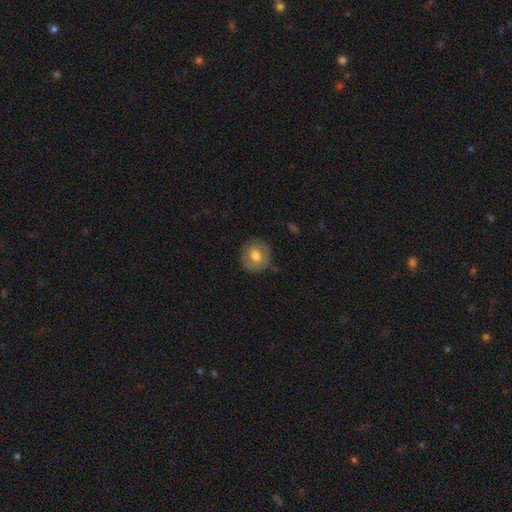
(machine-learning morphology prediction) Smooth or featured? Predicted: smooth (p=0.66). How rounded? Predicted: round (p=0.87). Merging? Predicted: none (p=0.79).